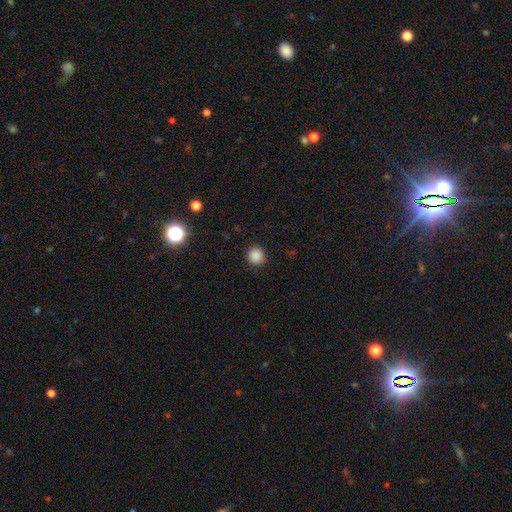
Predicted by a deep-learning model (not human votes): A smooth galaxy with no disk features (87%) that is round (94%). Merging: none (93%).